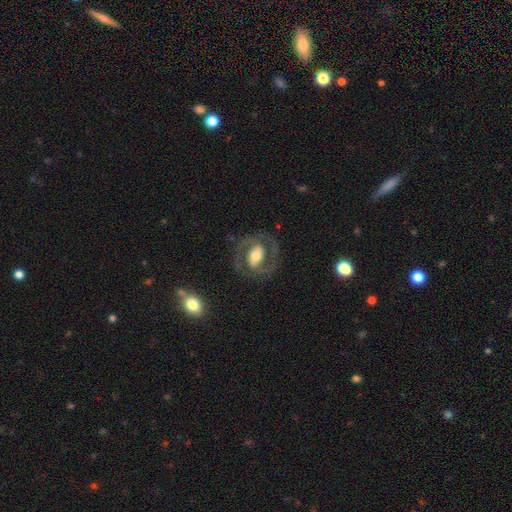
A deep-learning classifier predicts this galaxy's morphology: This is likely a featured or disk galaxy (77%). It is clearly not viewed edge-on (96%). Bar: marginally strong (39%). Spiral arm pattern: likely yes (79%). Spiral arm count: clearly 2 (87%). Spiral winding: possibly medium (50%). Central bulge: possibly moderate (58%). Merging: likely none (77%).